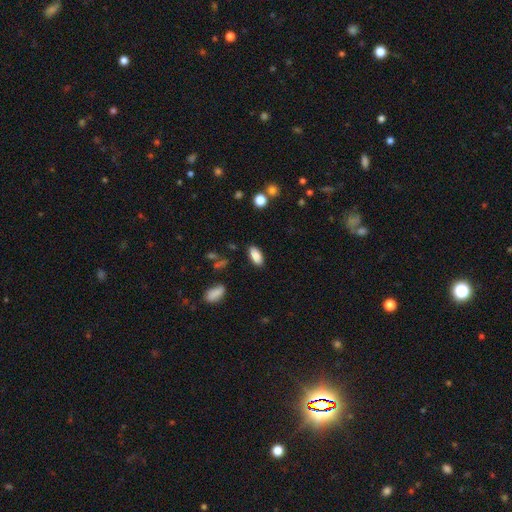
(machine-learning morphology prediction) A smooth galaxy with no disk features (88%) that is in between round and cigar-shaped (87%).

Vote fractions:
- Smooth or featured? smooth: 88% / star or artifact: 7% / featured or disk: 5%
- How rounded? in between: 87% / cigar-shaped: 10% / round: 2%
- Merging? none: 87% / minor disturbance: 9% / major disturbance: 2% / merger: 2%